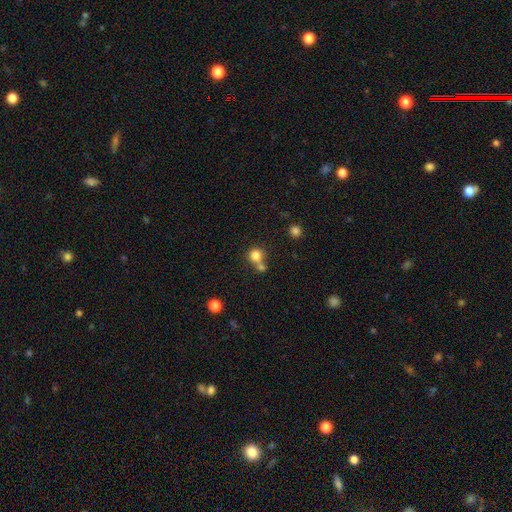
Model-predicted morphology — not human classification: The model was most divided on "merging": none: 50%, merger: 38%, minor disturbance: 8%, major disturbance: 4%. More confident: how rounded — round (88%); smooth or featured — smooth (79%).